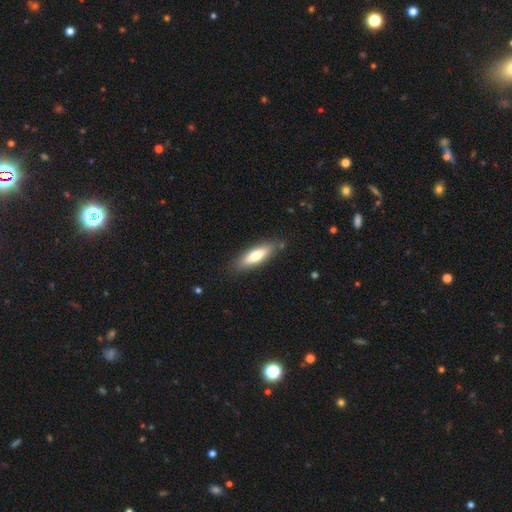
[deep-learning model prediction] The model was most divided on "how rounded": cigar-shaped: 55%, in between: 44%, round: 2%. More confident: merging — none (83%); smooth or featured — smooth (72%).